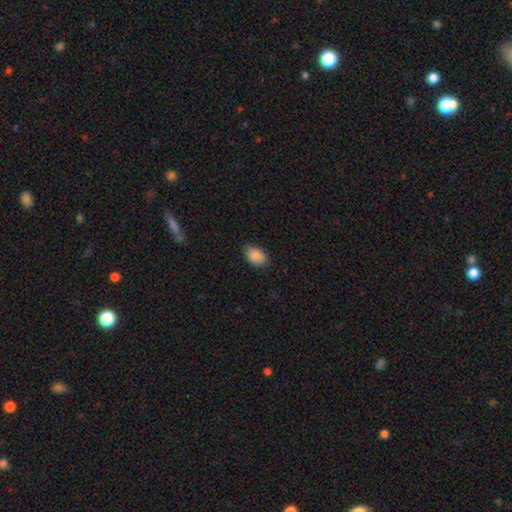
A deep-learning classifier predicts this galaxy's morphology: This appears to be a smooth galaxy with no disk features (89%) that is in between round and cigar-shaped (83%). Merging: none (79%).